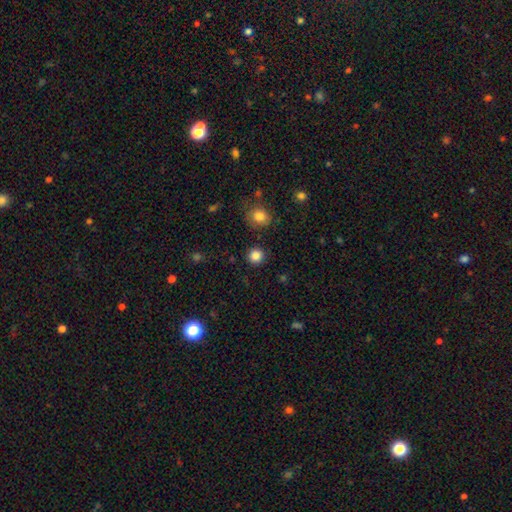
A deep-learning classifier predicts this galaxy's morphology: The model was most divided on "smooth or featured": smooth: 85%, star or artifact: 11%, featured or disk: 4%. More confident: how rounded — round (93%); merging — none (90%).